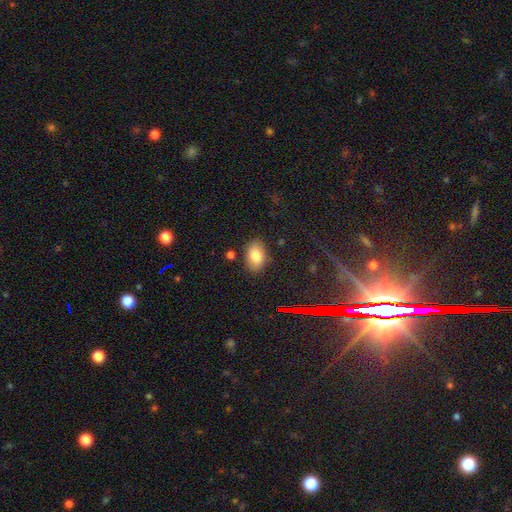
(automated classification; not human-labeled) Morphology: type=smooth (83%); roundness=in between (88%); merging=none (83%).